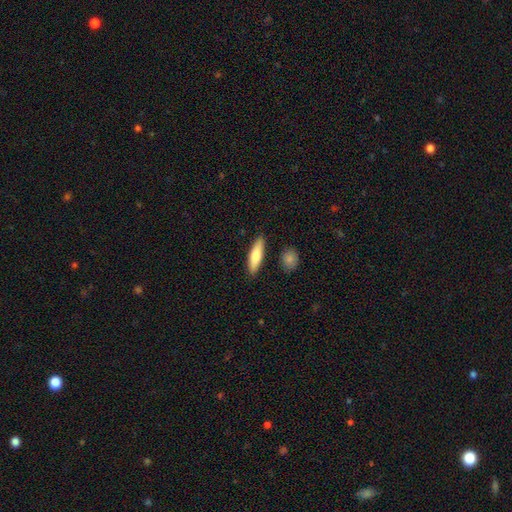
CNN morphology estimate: smooth-or-featured: smooth: 71% | featured or disk: 23% | star or artifact: 6%
  how-rounded: cigar-shaped: 65% | in between: 33% | round: 2%
  merging: none: 86% | minor disturbance: 9% | merger: 3% | major disturbance: 2%